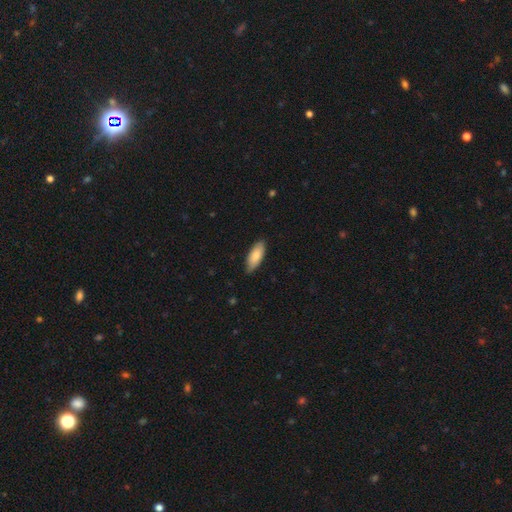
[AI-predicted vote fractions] Smooth or featured: smooth — 83% (featured or disk — 12%)
How rounded: in between — 79% (cigar-shaped — 19%)
Merging: none — 82% (minor disturbance — 15%)